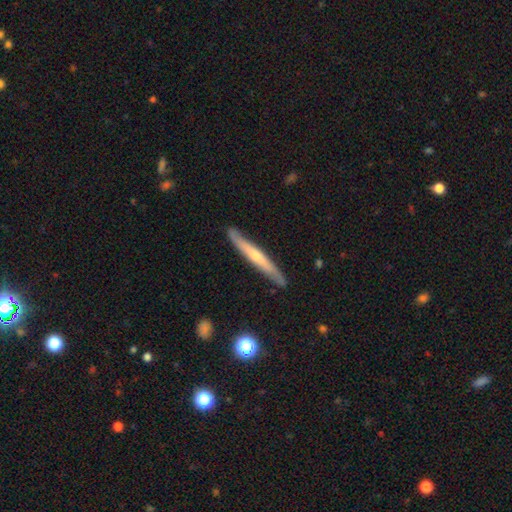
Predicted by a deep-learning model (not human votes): This is possibly a featured or disk galaxy (58%). It is clearly viewed edge-on (92%). Edge-on bulge: possibly rounded (59%). Merging: clearly none (86%).